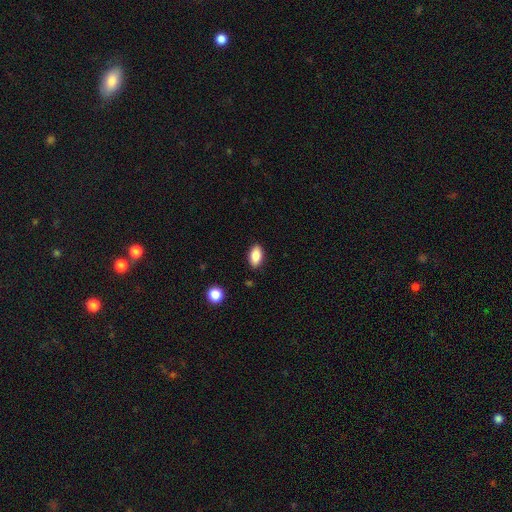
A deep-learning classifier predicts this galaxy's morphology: This is clearly a smooth galaxy (86%). How rounded: clearly in between (92%). Merging: clearly none (87%).